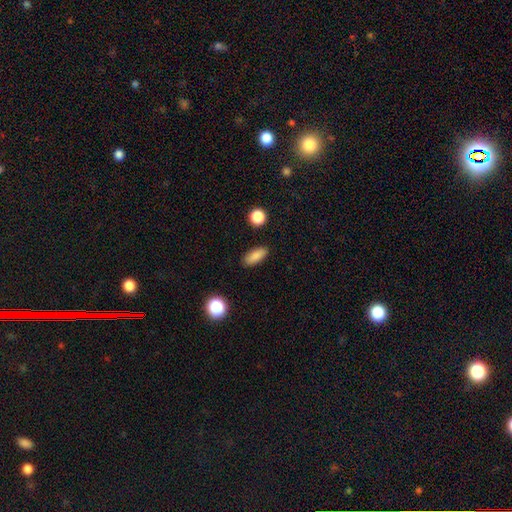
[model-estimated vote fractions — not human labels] This is clearly a smooth galaxy (86%). How rounded: likely in between (78%). Merging: clearly none (89%).